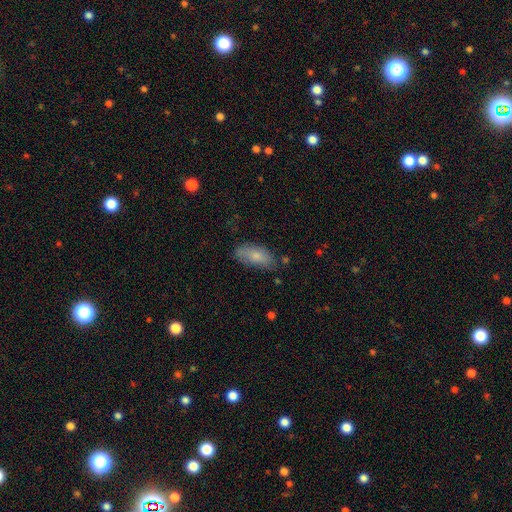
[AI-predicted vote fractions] Q: Smooth or featured?
A: smooth (78%); runner-up: featured or disk (15%)
Q: How rounded?
A: in between (86%); runner-up: cigar-shaped (11%)
Q: Merging?
A: none (66%); runner-up: minor disturbance (25%)